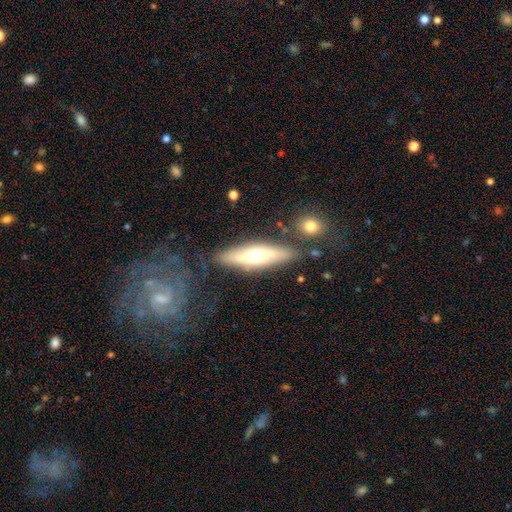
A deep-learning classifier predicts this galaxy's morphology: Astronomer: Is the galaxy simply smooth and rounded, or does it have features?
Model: featured or disk — 48% (runner-up: smooth, 46%).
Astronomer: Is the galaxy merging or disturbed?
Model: none — 76%.